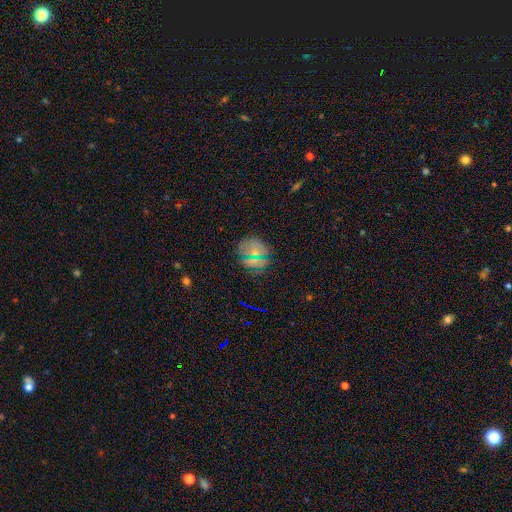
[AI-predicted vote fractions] Q: Smooth or featured?
A: smooth (50%); runner-up: star or artifact (35%)
Q: How rounded?
A: round (84%); runner-up: in between (14%)
Q: Merging?
A: none (83%); runner-up: minor disturbance (11%)